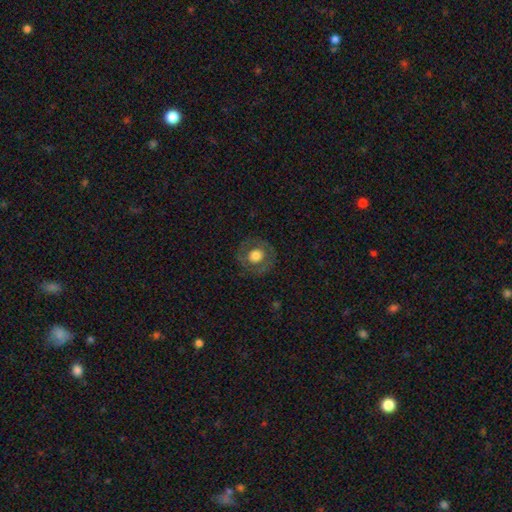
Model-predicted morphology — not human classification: Smooth or featured? smooth (56%)
How rounded? round (90%)
Merging? none (81%)